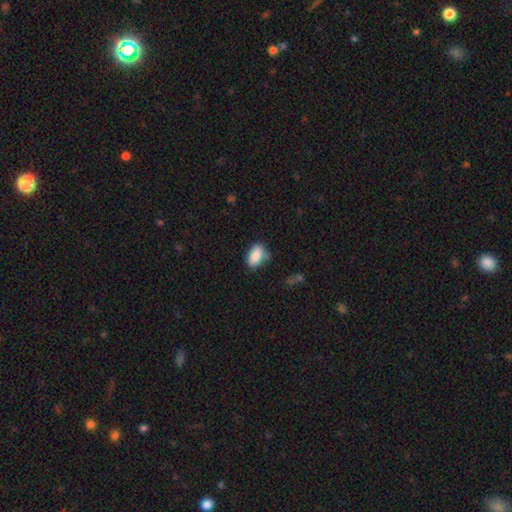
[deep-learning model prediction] Smooth or featured: smooth — 87% (star or artifact — 8%)
How rounded: in between — 91% (round — 6%)
Merging: none — 66% (minor disturbance — 25%)